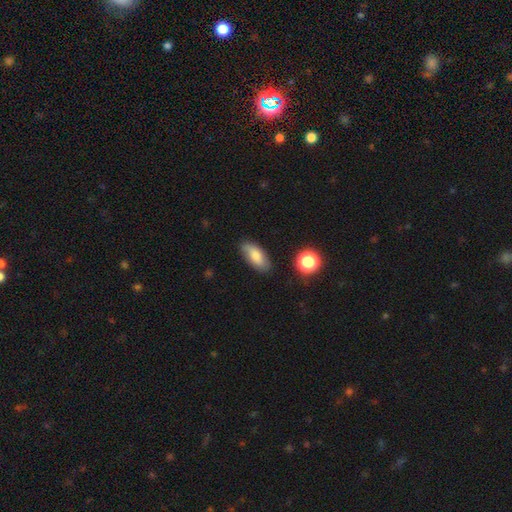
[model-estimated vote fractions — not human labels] Q: Smooth or featured?
A: smooth (77%); runner-up: featured or disk (15%)
Q: How rounded?
A: in between (87%); runner-up: cigar-shaped (10%)
Q: Merging?
A: none (80%); runner-up: minor disturbance (15%)